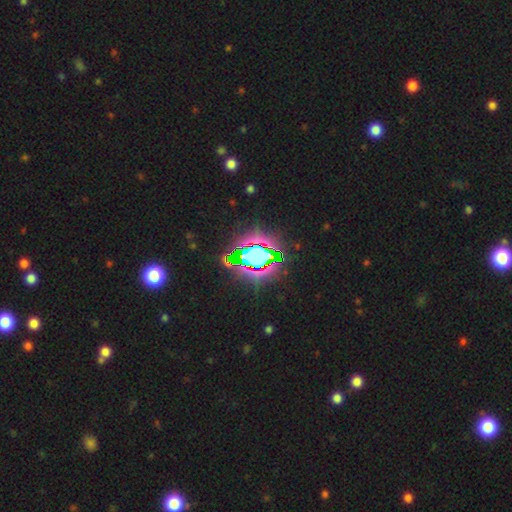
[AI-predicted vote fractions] Overall: star or artifact (76%).